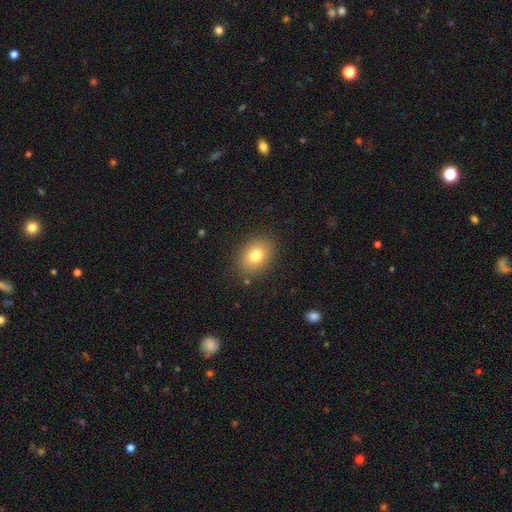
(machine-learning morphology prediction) Smooth or featured? Predicted: smooth (p=0.79). How rounded? Predicted: in between (p=0.69). Merging? Predicted: none (p=0.86).